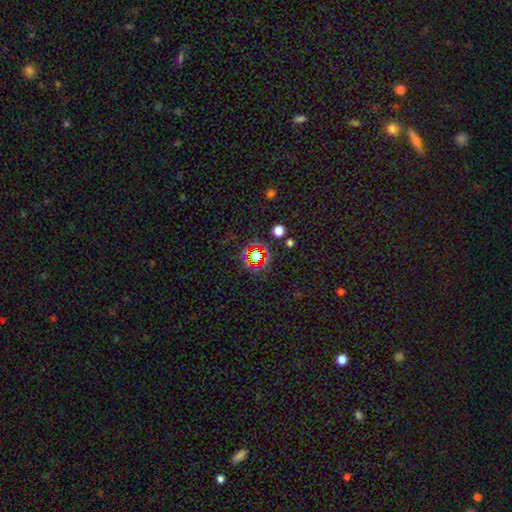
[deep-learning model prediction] Q: Smooth or featured?
A: star or artifact (63%); runner-up: smooth (25%)